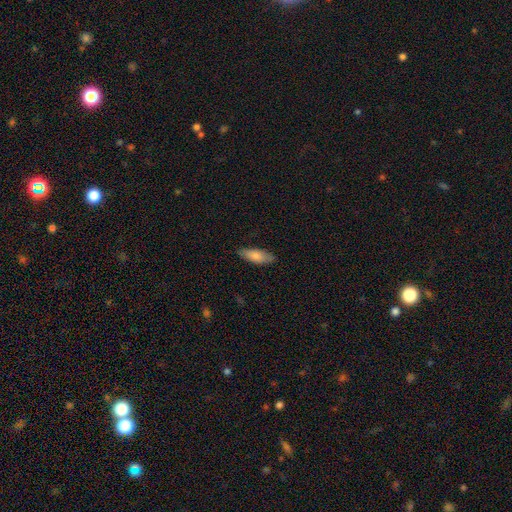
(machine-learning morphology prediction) Smooth or featured: smooth — 80% (featured or disk — 15%)
How rounded: in between — 65% (cigar-shaped — 33%)
Merging: none — 84% (minor disturbance — 13%)